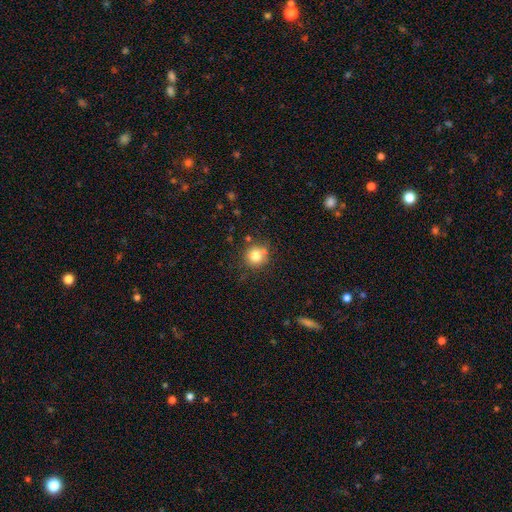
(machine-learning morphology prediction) Q: Smooth or featured?
A: smooth (79%); runner-up: star or artifact (12%)
Q: How rounded?
A: round (89%); runner-up: in between (10%)
Q: Merging?
A: none (75%); runner-up: minor disturbance (14%)